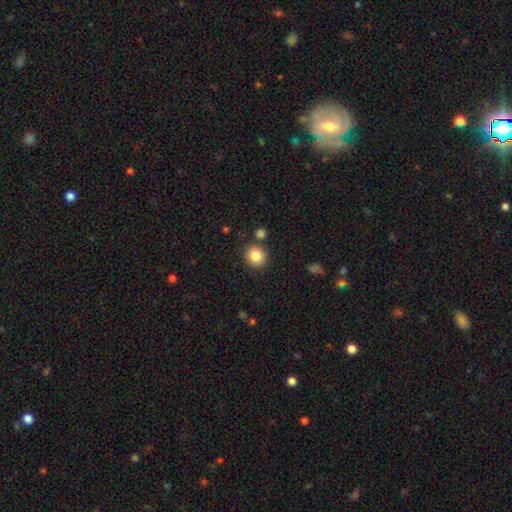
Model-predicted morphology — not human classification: The model was most divided on "merging": none: 82%, merger: 8%, minor disturbance: 7%, major disturbance: 2%. More confident: how rounded — round (89%); smooth or featured — smooth (85%).